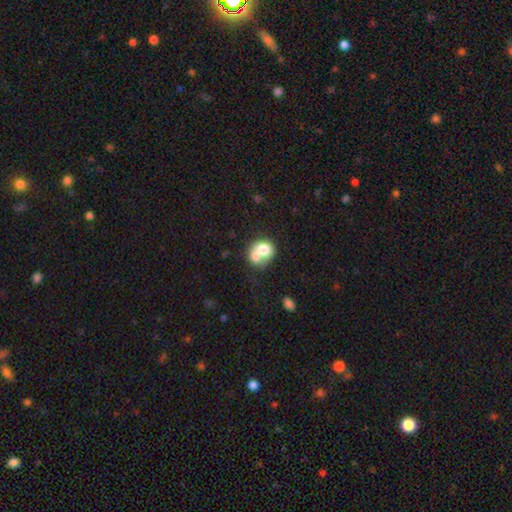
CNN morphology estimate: The model was most divided on "how rounded": round: 63%, in between: 36%, cigar-shaped: 1%. More confident: smooth or featured — smooth (70%); merging — merger (63%).